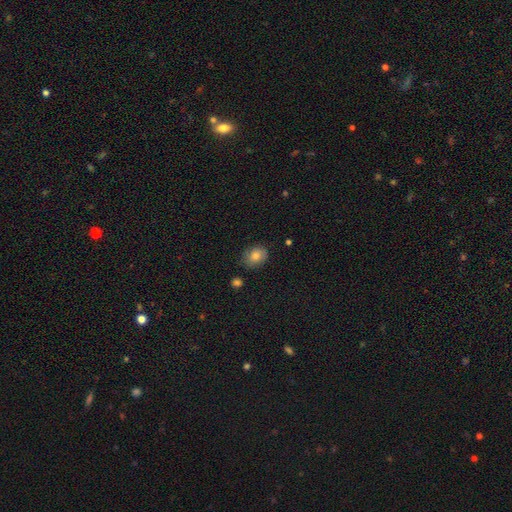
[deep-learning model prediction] A smooth galaxy with no disk features (77%) that is round (52%). Merging: none (77%).